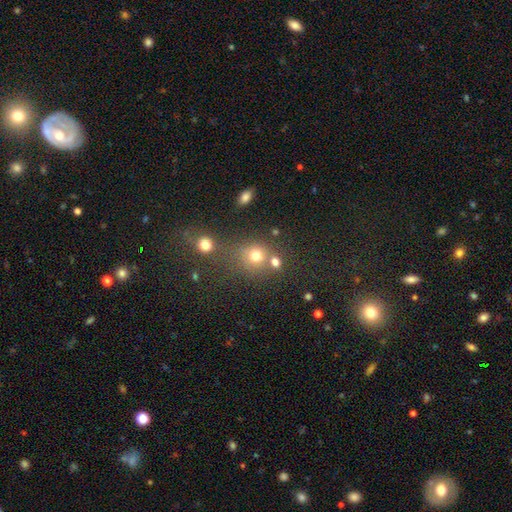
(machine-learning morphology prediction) smooth-or-featured: smooth: 74% | star or artifact: 18% | featured or disk: 9%
  how-rounded: round: 83% | in between: 16% | cigar-shaped: 1%
  merging: none: 59% | merger: 25% | minor disturbance: 10% | major disturbance: 6%